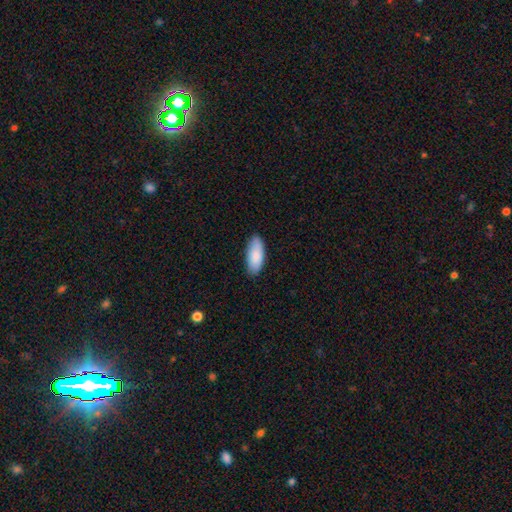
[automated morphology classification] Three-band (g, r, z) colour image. It shows a smooth galaxy with no disk features (85%) that is in between round and cigar-shaped (83%). Merging: none (84%).